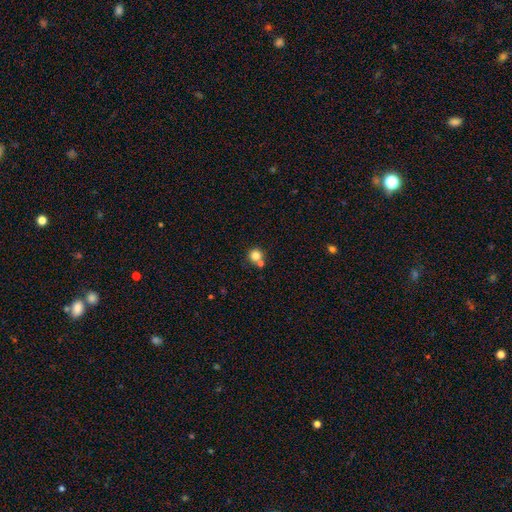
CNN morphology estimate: smooth_or_featured: smooth (p=0.81) [alt: star or artifact p=0.11]
how_rounded: round (p=0.92) [alt: in between p=0.07]
merging: none (p=0.61) [alt: merger p=0.29]